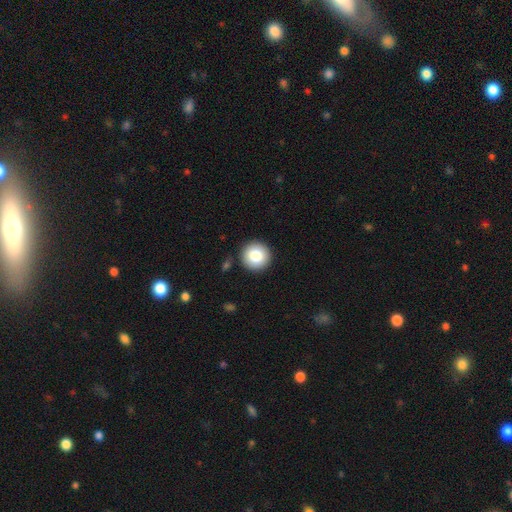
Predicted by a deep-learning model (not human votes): smooth_or_featured: smooth (p=0.82) [alt: featured or disk p=0.09]
how_rounded: round (p=0.96) [alt: in between p=0.03]
merging: none (p=0.90) [alt: minor disturbance p=0.06]